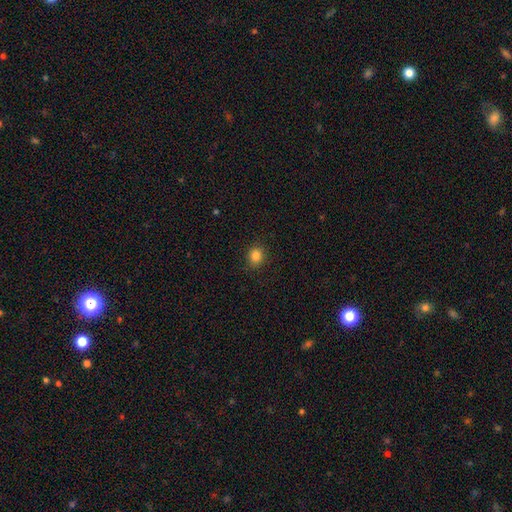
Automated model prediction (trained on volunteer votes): Morphology: type=smooth (84%); roundness=round (73%); merging=none (88%).